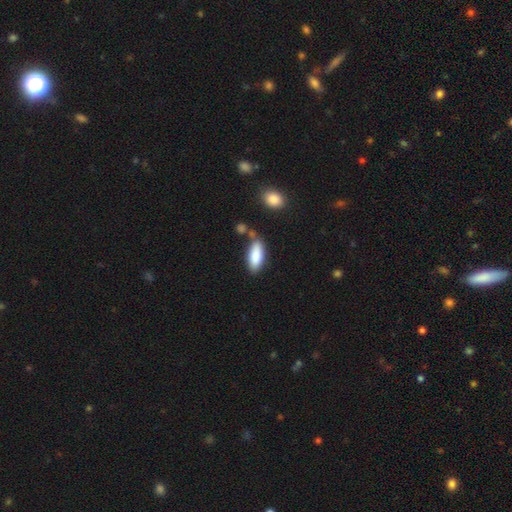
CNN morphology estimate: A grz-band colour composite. It shows a smooth galaxy with no disk features (85%) that is in between round and cigar-shaped (77%). Merging: none (64%).